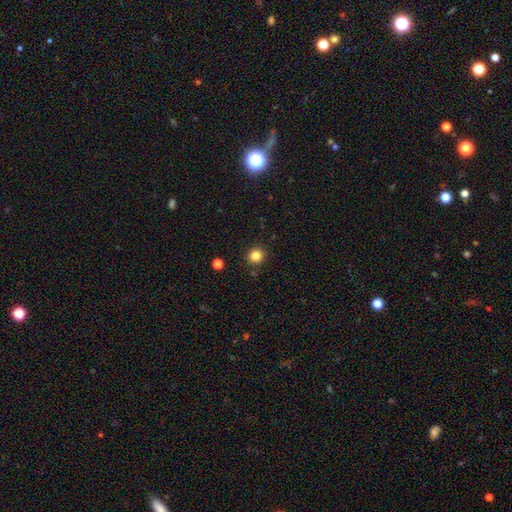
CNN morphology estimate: A smooth galaxy with no disk features (83%) that is round (93%).

Vote fractions:
- Smooth or featured? smooth: 83% / star or artifact: 13% / featured or disk: 4%
- How rounded? round: 93% / in between: 6% / cigar-shaped: 1%
- Merging? none: 90% / minor disturbance: 6% / merger: 2% / major disturbance: 2%